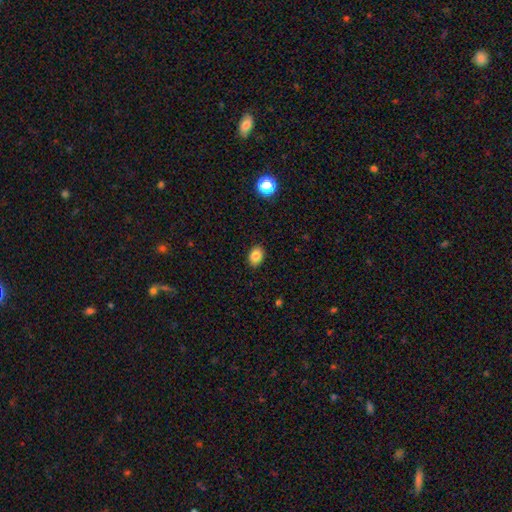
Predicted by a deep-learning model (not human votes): This appears to be a smooth galaxy with no disk features (85%) that is in between round and cigar-shaped (77%). Merging: none (88%).